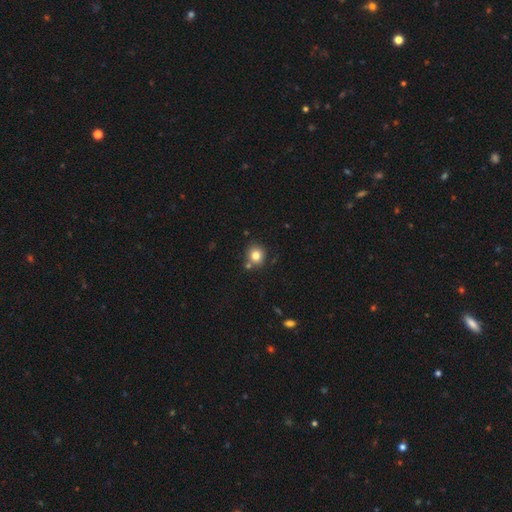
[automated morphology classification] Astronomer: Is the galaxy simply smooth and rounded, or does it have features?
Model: smooth — 80%.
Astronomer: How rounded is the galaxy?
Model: round — 86%.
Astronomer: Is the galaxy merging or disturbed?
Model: none — 75%.